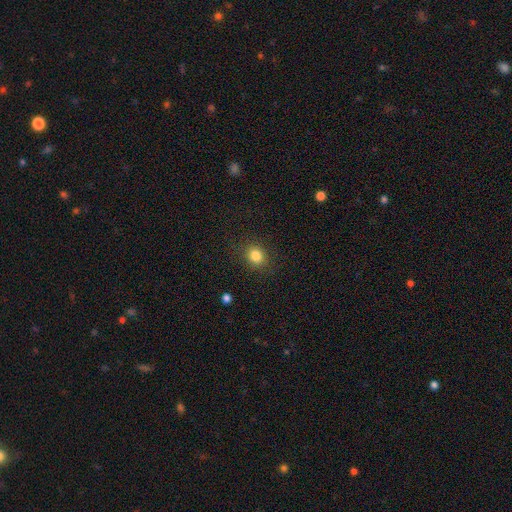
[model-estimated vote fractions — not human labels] Overall: smooth (83%). How rounded: round (72%). Merging: none (88%).